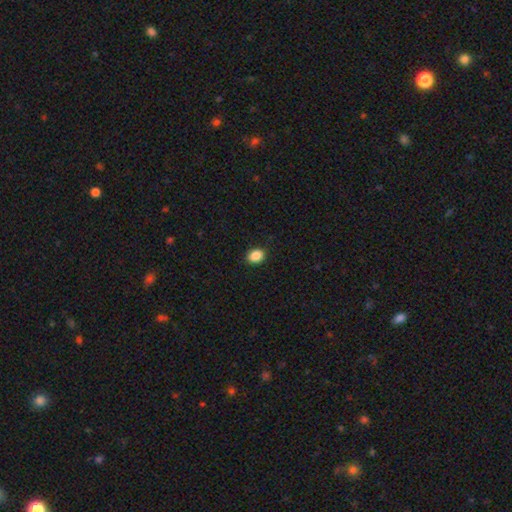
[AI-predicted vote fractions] This is clearly a smooth galaxy (88%). How rounded: possibly in between (59%). Merging: clearly none (90%).